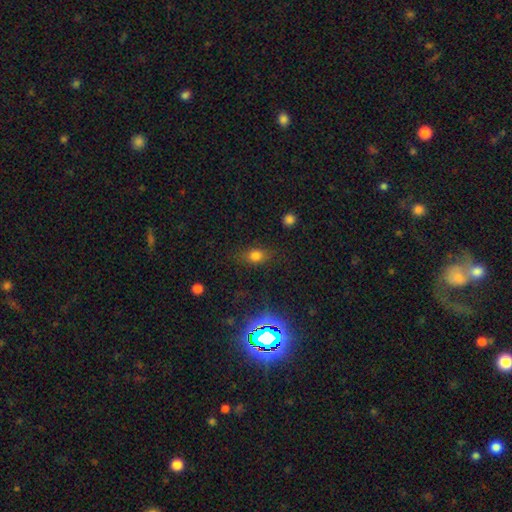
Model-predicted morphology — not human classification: smooth-or-featured: smooth: 71% | star or artifact: 19% | featured or disk: 10%
  how-rounded: in between: 67% | round: 28% | cigar-shaped: 5%
  merging: none: 78% | minor disturbance: 15% | major disturbance: 5% | merger: 2%